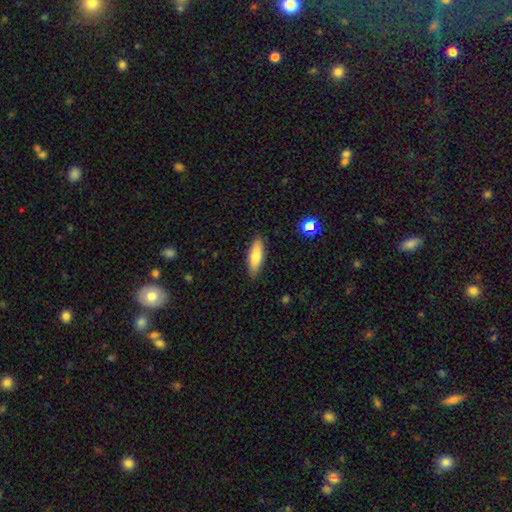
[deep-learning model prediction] smooth_or_featured: smooth (p=0.78) [alt: featured or disk p=0.15]
how_rounded: in between (p=0.54) [alt: cigar-shaped p=0.44]
merging: none (p=0.85) [alt: minor disturbance p=0.11]